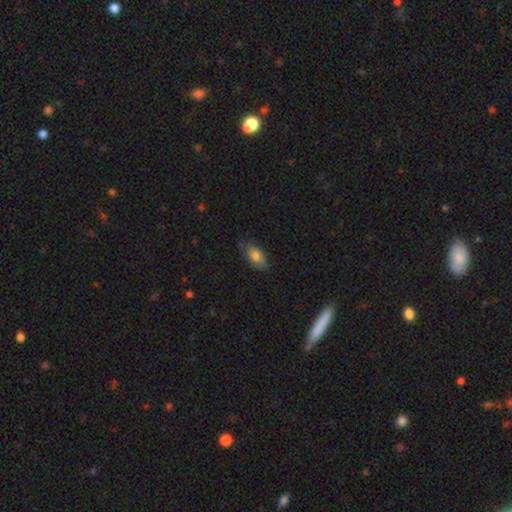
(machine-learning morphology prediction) A smooth galaxy with no disk features (73%) that is in between round and cigar-shaped (90%). Merging: none (67%).